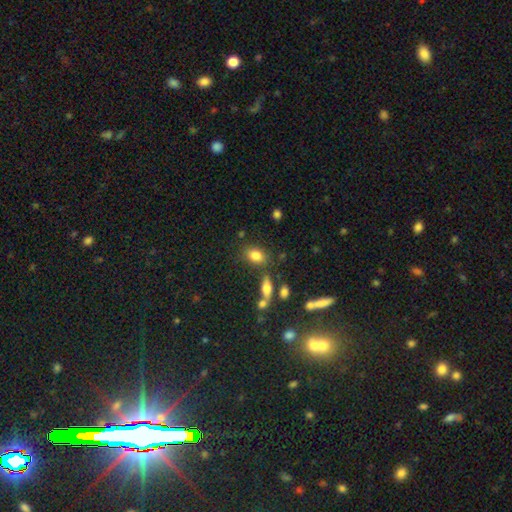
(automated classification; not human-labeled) A smooth galaxy with no disk features (81%) that is in between round and cigar-shaped (78%).

Vote fractions:
- Smooth or featured? smooth: 81% / star or artifact: 10% / featured or disk: 9%
- How rounded? in between: 78% / round: 19% / cigar-shaped: 3%
- Merging? none: 73% / minor disturbance: 13% / merger: 9% / major disturbance: 5%